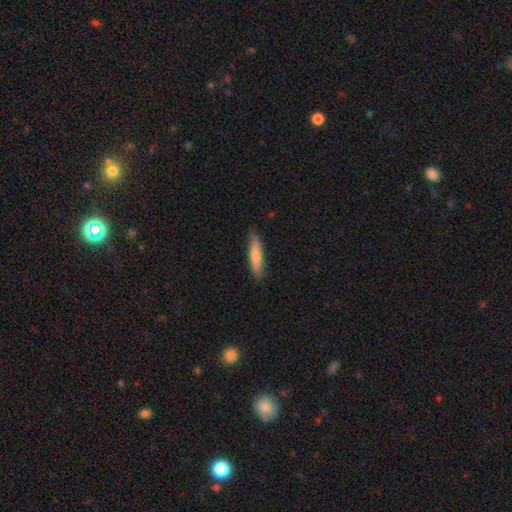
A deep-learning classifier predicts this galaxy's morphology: Smooth or featured? smooth (74%)
How rounded? cigar-shaped (82%)
Merging? none (86%)